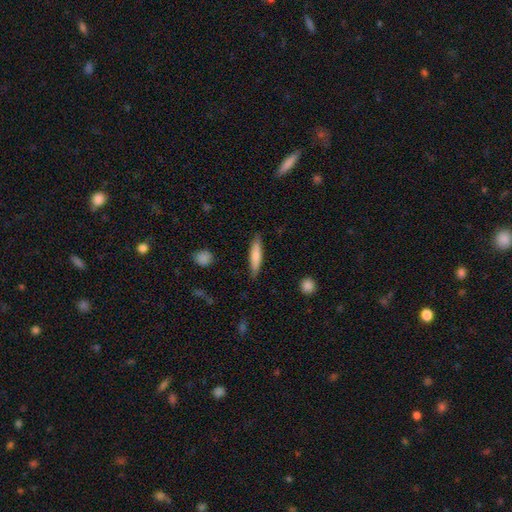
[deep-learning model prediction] Smooth or featured?
  - smooth: 75% *
  - featured or disk: 19%
  - star or artifact: 6%
How rounded?
  - cigar-shaped: 85% *
  - in between: 13%
  - round: 1%
Merging?
  - none: 86% *
  - minor disturbance: 11%
  - major disturbance: 2%
  - merger: 1%